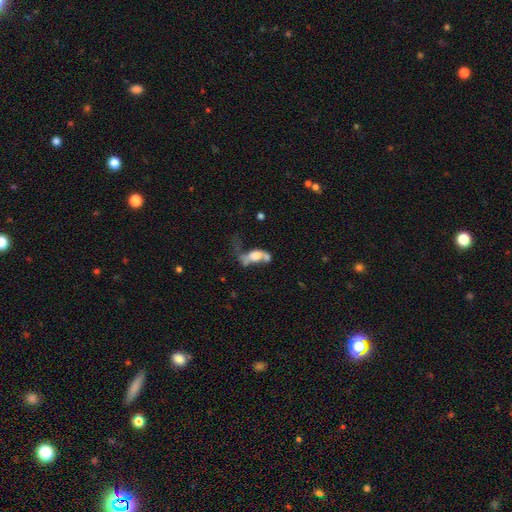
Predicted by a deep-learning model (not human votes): Smooth or featured?
  - featured or disk: 47% *
  - smooth: 42%
  - star or artifact: 12%
Merging?
  - merger: 39% *
  - major disturbance: 33%
  - none: 16%
  - minor disturbance: 11%